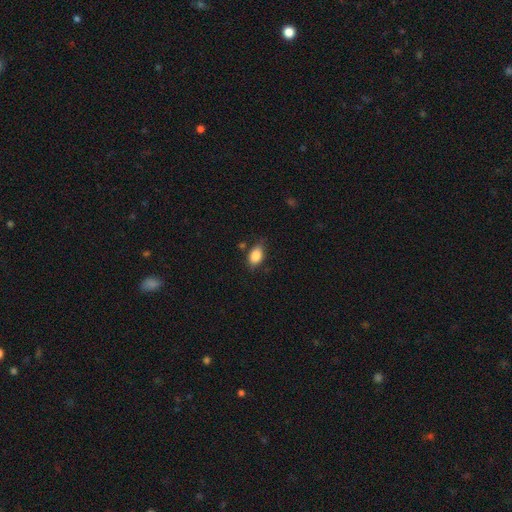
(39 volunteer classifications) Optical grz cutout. It shows a smooth galaxy with no disk features (90%) that is in between round and cigar-shaped (74%). Merging: none (69%).